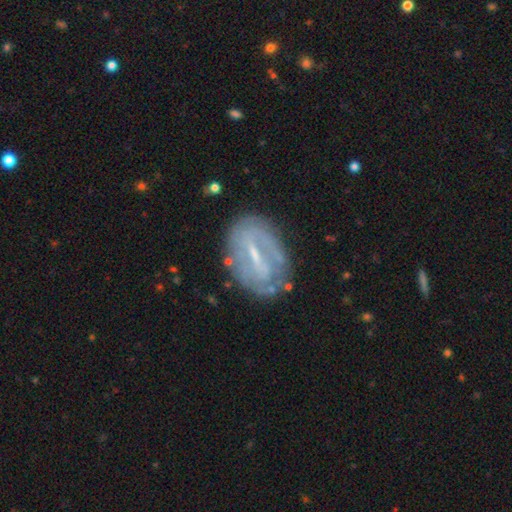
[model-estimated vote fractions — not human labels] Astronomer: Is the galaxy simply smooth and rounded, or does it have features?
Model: featured or disk — 74%.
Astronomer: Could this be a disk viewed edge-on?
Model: no — 92%.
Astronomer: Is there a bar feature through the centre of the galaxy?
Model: strong — 56% (runner-up: weak, 34%).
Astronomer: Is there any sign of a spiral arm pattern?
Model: yes — 61% (runner-up: no, 39%).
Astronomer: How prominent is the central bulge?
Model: small — 54%.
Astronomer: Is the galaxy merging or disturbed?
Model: none — 71%.